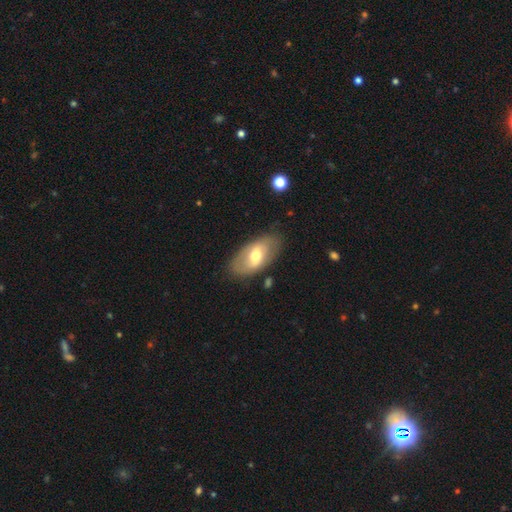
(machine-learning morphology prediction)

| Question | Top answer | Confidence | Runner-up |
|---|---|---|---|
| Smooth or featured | smooth | 48% | featured or disk (46%) |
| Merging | none | 79% | minor disturbance (15%) |